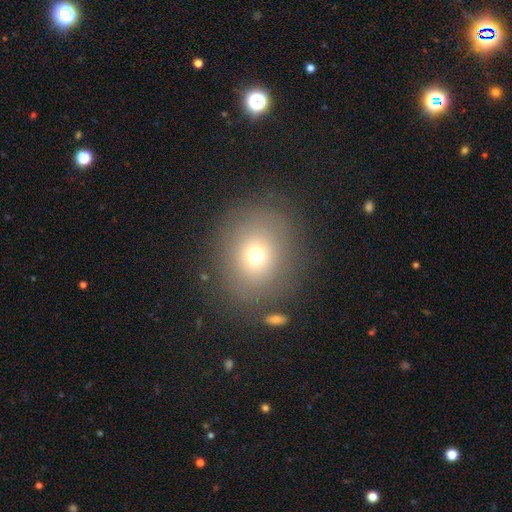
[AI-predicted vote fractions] A smooth galaxy with no disk features (68%) that is round (70%). Merging: none (80%).